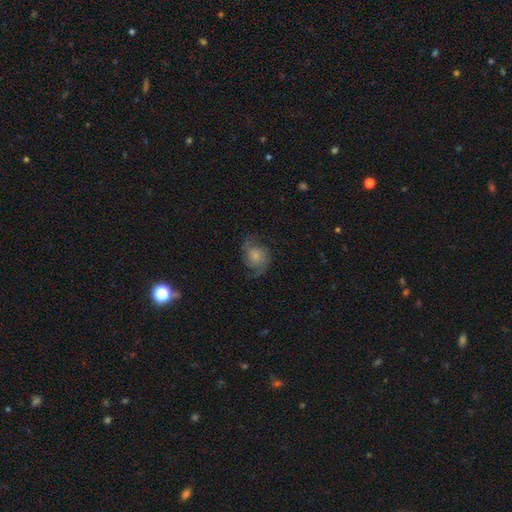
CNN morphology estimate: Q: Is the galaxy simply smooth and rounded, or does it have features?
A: featured or disk — 74%.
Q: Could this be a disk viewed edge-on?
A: no — 98%.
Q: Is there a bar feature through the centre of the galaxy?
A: no — 70%.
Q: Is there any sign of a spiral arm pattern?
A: yes — 95%.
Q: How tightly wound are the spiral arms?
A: medium — 48%.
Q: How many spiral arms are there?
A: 2 — 85%.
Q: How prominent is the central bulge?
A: small — 50%.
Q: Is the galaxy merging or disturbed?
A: none — 69%.